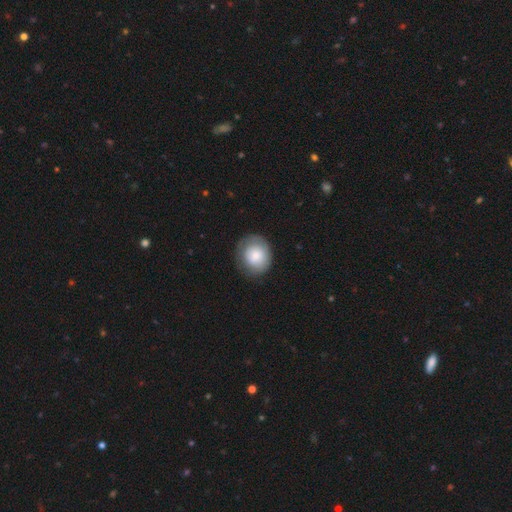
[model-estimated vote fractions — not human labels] Smooth or featured? Predicted: smooth (p=0.79). How rounded? Predicted: round (p=0.70). Merging? Predicted: none (p=0.76).